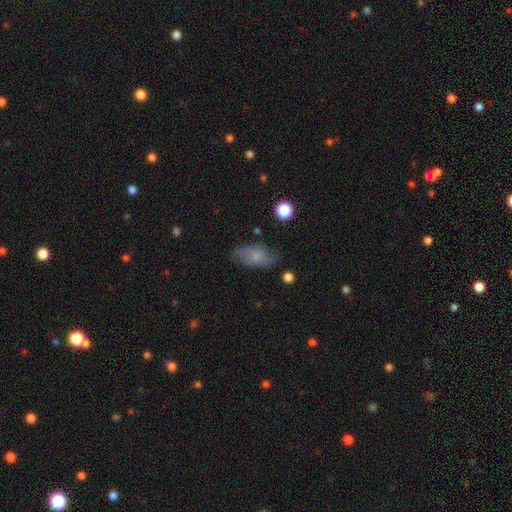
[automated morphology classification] Q: Smooth or featured?
A: smooth (63%); runner-up: featured or disk (28%)
Q: How rounded?
A: in between (90%); runner-up: round (5%)
Q: Merging?
A: none (69%); runner-up: minor disturbance (21%)